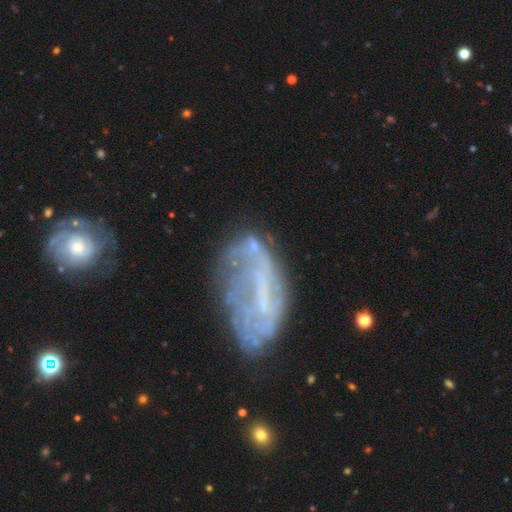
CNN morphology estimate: This is likely a featured or disk galaxy (69%). It is clearly not viewed edge-on (94%). Bar: marginally weak (38%). Spiral arm pattern: possibly no (54%). Central bulge: possibly none (55%). Merging: possibly none (47%).